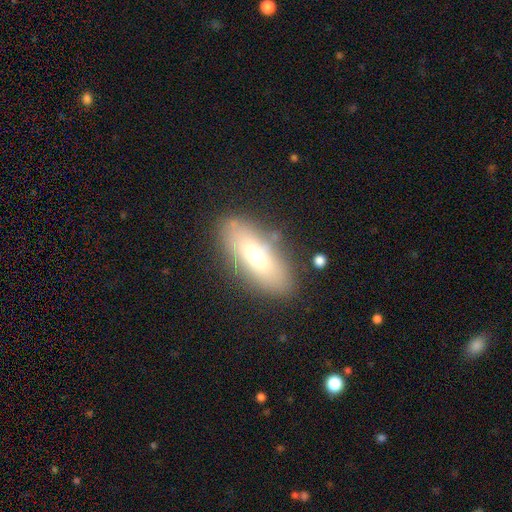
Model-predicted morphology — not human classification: This is likely a smooth galaxy (69%). How rounded: likely in between (72%). Merging: clearly none (80%).